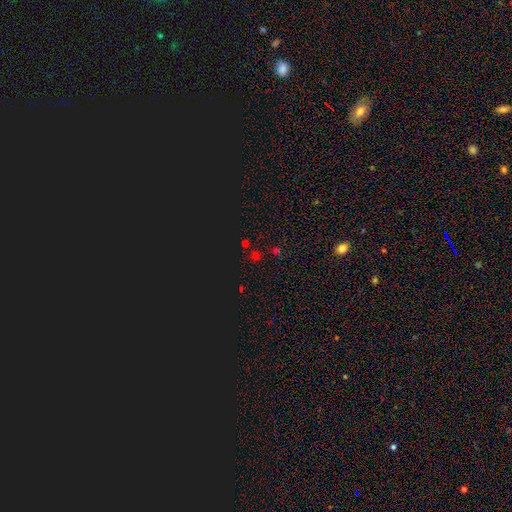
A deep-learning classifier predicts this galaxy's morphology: This is possibly a star or artifact rather than a galaxy (54%).